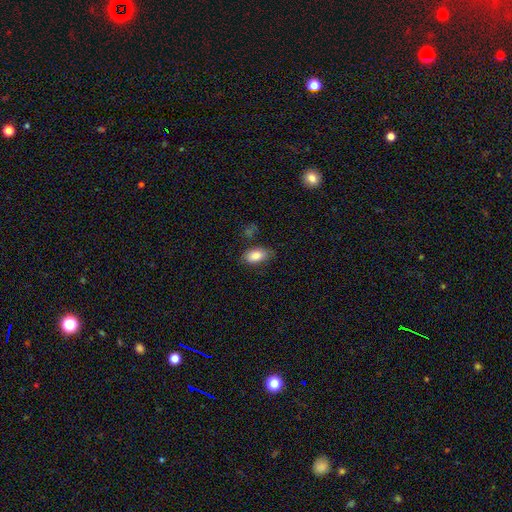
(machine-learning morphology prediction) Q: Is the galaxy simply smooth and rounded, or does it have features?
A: smooth — 85%.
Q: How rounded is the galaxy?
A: in between — 92%.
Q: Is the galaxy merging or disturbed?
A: none — 74%.